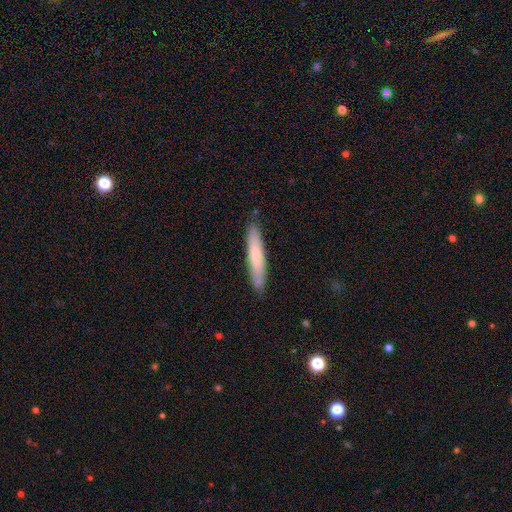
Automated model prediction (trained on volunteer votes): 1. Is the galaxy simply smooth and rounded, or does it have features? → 70% smooth, 25% featured or disk, 5% star or artifact.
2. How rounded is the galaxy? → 91% cigar-shaped, 8% in between, 1% round.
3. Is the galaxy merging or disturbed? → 88% none, 9% minor disturbance, 2% major disturbance, 1% merger.